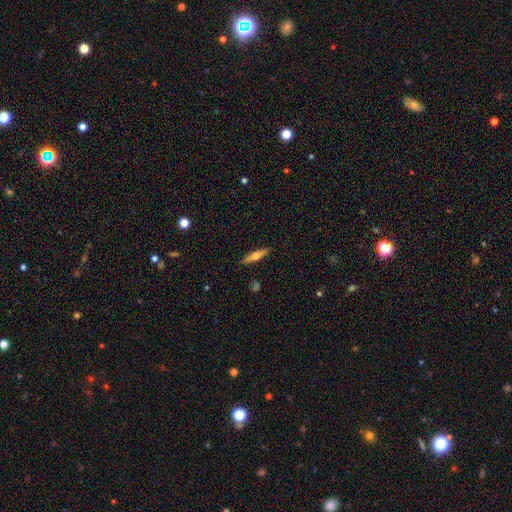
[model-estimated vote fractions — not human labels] This appears to be a featured or disk galaxy (53%) viewed edge-on (95%) with a rounded central bulge (90%). Merging: none (89%).